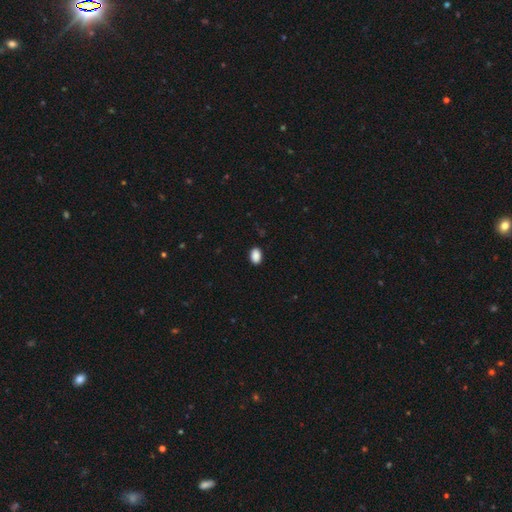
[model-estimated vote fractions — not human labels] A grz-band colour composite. It shows a smooth galaxy with no disk features (89%) that is in between round and cigar-shaped (86%). Merging: none (88%).